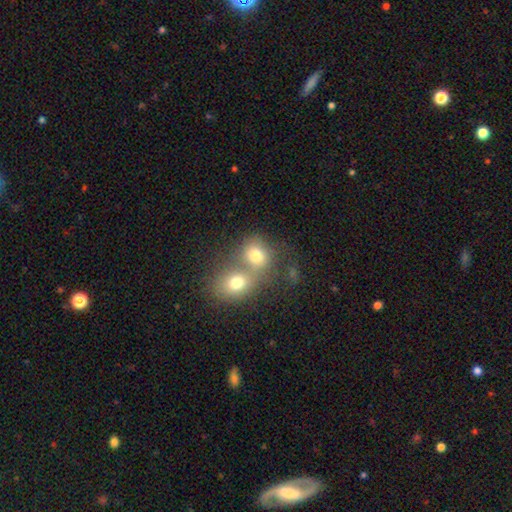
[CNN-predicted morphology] Smooth or featured?
  - smooth: 74% *
  - featured or disk: 13%
  - star or artifact: 13%
How rounded?
  - round: 69% *
  - in between: 30%
  - cigar-shaped: 1%
Merging?
  - merger: 60% *
  - none: 29%
  - minor disturbance: 7%
  - major disturbance: 4%